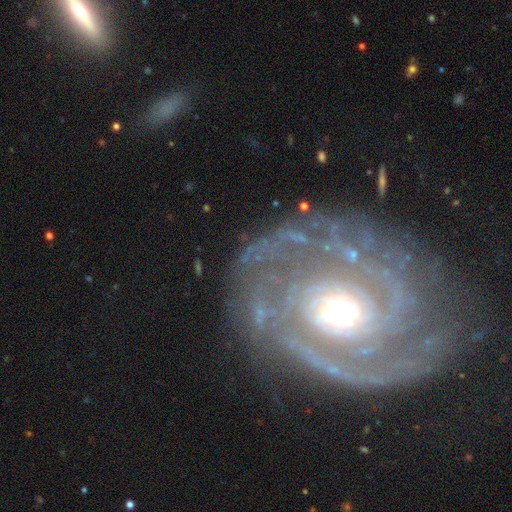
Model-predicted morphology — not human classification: A featured or disk galaxy (81%) with no bar (64%), tight (66%) spiral arms (80%) and a moderate central bulge (62%). Merging: none (62%).